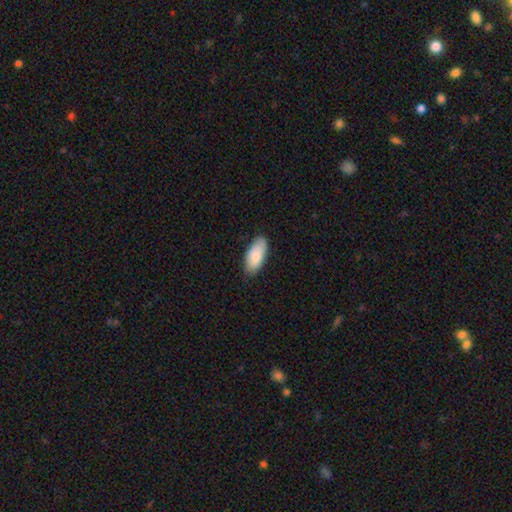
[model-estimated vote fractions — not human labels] The model was most divided on "merging": none: 82%, minor disturbance: 15%, major disturbance: 2%, merger: 1%. More confident: how rounded — in between (90%); smooth or featured — smooth (83%).